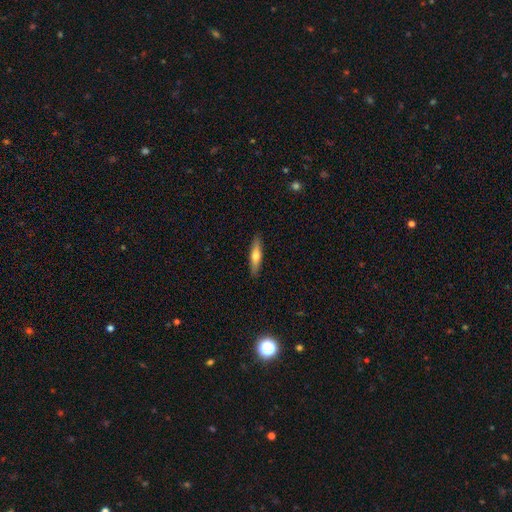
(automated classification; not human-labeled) A smooth galaxy with no disk features (55%) that is cigar-shaped (78%). Merging: none (90%).